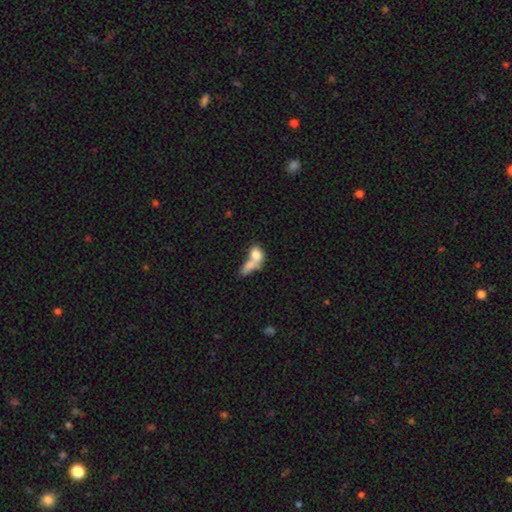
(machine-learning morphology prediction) This is likely a smooth galaxy (71%). How rounded: likely in between (61%). Merging: likely merger (66%).